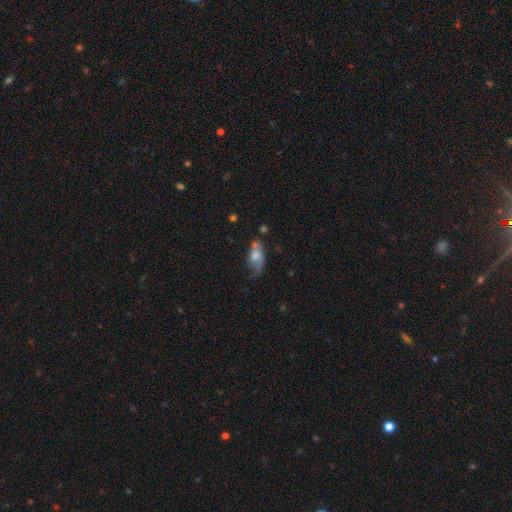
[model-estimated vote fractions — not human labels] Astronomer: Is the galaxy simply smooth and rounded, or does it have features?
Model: smooth — 51% (runner-up: featured or disk, 40%).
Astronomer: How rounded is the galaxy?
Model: in between — 83%.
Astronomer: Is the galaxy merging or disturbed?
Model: none — 35% (runner-up: minor disturbance, 28%).